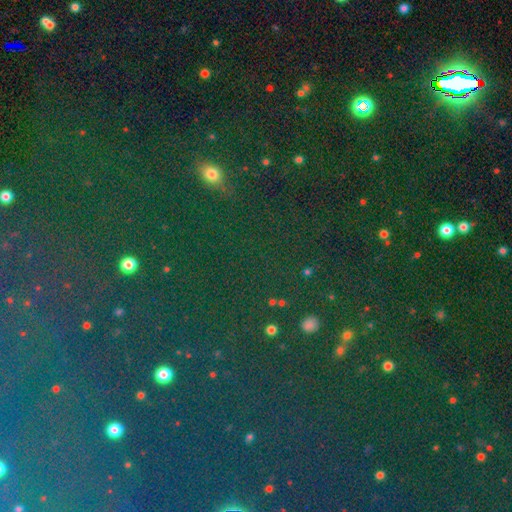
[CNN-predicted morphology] This appears to be a star or artifact, not a galaxy (71%).